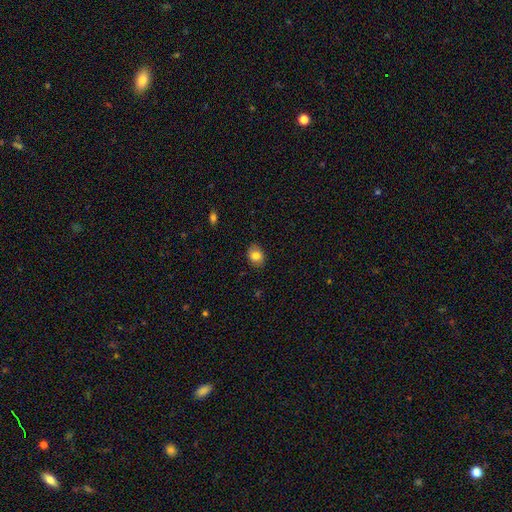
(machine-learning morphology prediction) A smooth galaxy with no disk features (83%) that is in between round and cigar-shaped (61%). Merging: none (84%).